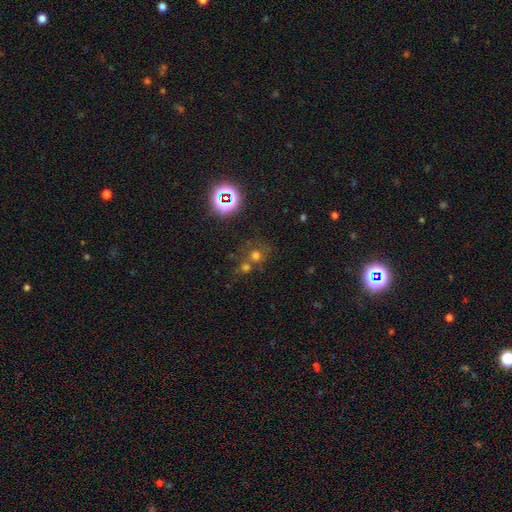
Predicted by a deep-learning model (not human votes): The model was most divided on "merging": none: 48%, merger: 37%, minor disturbance: 9%, major disturbance: 6%. More confident: how rounded — round (84%); smooth or featured — smooth (54%).